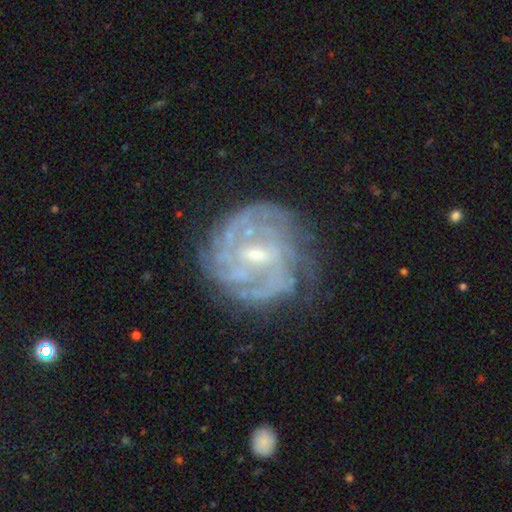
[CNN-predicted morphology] smooth_or_featured: featured or disk (p=0.85) [alt: smooth p=0.08]
disk_edge_on: no (p=0.97) [alt: yes p=0.03]
bar: weak (p=0.59) [alt: no p=0.23]
has_spiral_arms: yes (p=0.93) [alt: no p=0.07]
spiral_winding: tight (p=0.67) [alt: medium p=0.26]
spiral_arm_count: can't tell (p=0.40) [alt: 2 p=0.16]
bulge_size: small (p=0.50) [alt: moderate p=0.42]
merging: none (p=0.71) [alt: minor disturbance p=0.19]